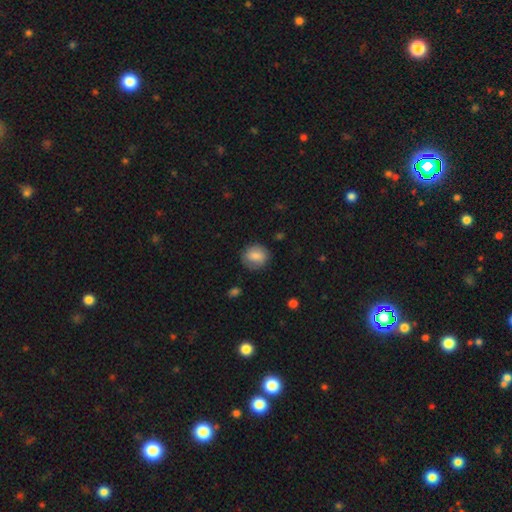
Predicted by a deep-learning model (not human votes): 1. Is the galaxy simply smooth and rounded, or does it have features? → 81% smooth, 11% featured or disk, 8% star or artifact.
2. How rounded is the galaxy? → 79% round, 20% in between, 1% cigar-shaped.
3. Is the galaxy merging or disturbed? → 80% none, 15% minor disturbance, 4% major disturbance, 1% merger.